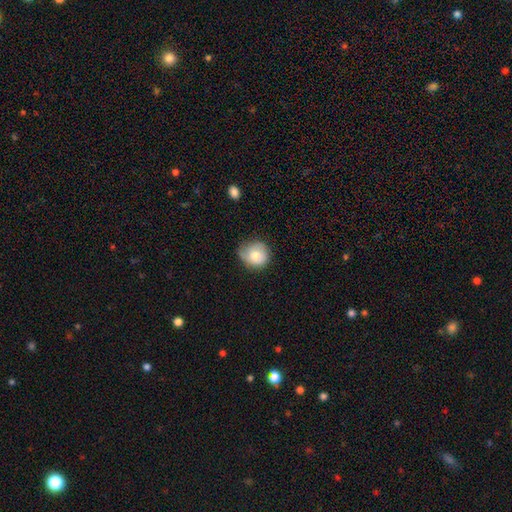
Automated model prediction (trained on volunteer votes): Smooth or featured: smooth — 73% (featured or disk — 19%)
How rounded: round — 86% (in between — 13%)
Merging: none — 58% (minor disturbance — 33%)